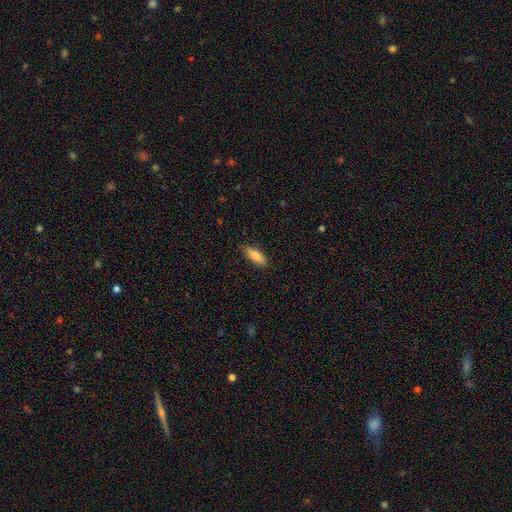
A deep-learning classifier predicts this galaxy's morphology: smooth_or_featured: smooth (p=0.84) [alt: featured or disk p=0.10]
how_rounded: in between (p=0.63) [alt: cigar-shaped p=0.35]
merging: none (p=0.80) [alt: minor disturbance p=0.16]